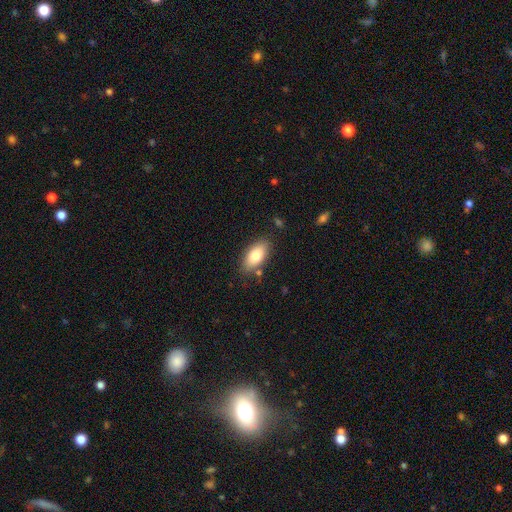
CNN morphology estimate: type=smooth (80%); roundness=in between (90%); merging=none (82%).